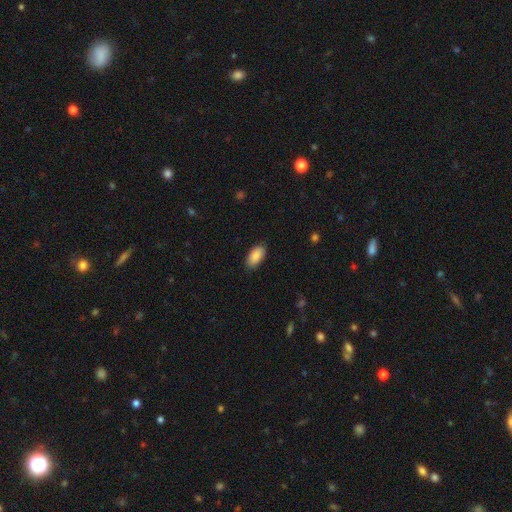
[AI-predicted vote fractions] The model was most divided on "merging": none: 86%, minor disturbance: 11%, major disturbance: 2%, merger: 1%. More confident: how rounded — in between (94%); smooth or featured — smooth (89%).